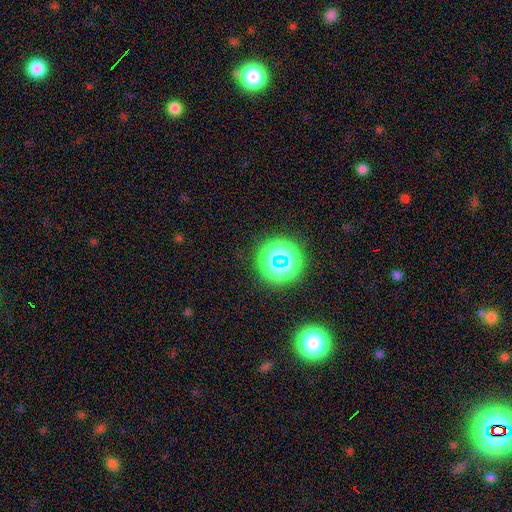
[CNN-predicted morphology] This appears to be a star or artifact, not a galaxy (75%).